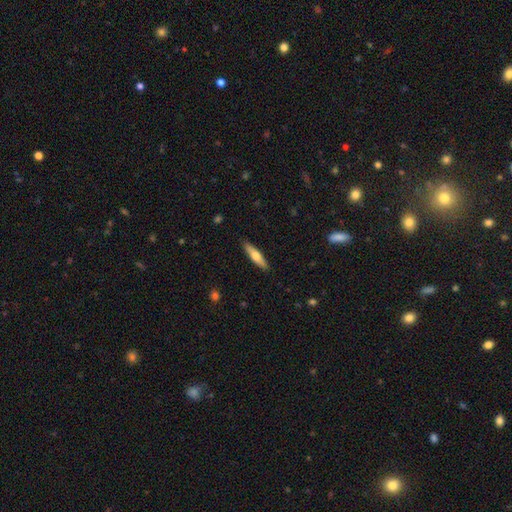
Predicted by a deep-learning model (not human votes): This is possibly a smooth galaxy (54%). How rounded: likely cigar-shaped (80%). Merging: clearly none (90%).